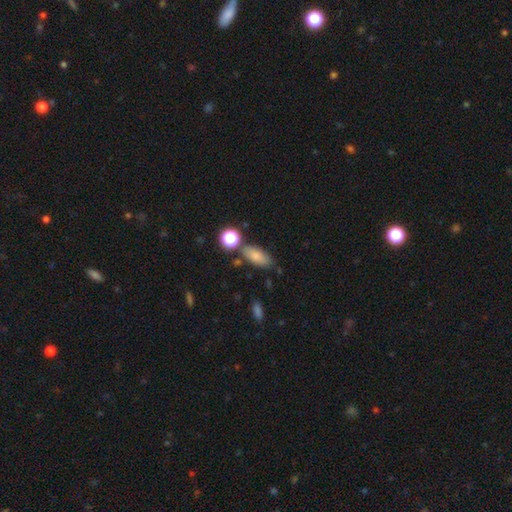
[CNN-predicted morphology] Smooth or featured? Predicted: smooth (p=0.80). How rounded? Predicted: in between (p=0.80). Merging? Predicted: none (p=0.69).